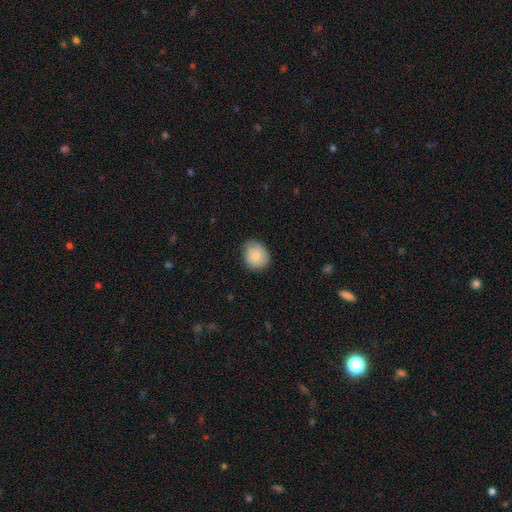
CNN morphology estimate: This appears to be a smooth galaxy with no disk features (81%) that is round (75%). Merging: none (70%).